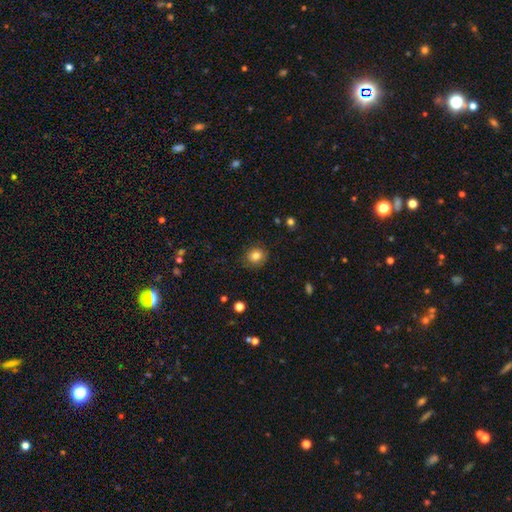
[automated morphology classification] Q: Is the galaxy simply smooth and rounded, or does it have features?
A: smooth — 82%.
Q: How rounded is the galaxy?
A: round — 75%.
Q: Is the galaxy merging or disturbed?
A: none — 82%.